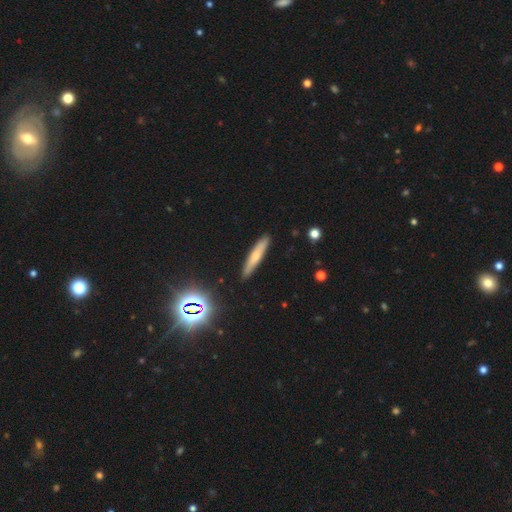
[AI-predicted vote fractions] A smooth galaxy with no disk features (61%) that is cigar-shaped (91%).

Vote fractions:
- Smooth or featured? smooth: 61% / featured or disk: 31% / star or artifact: 8%
- How rounded? cigar-shaped: 91% / in between: 7% / round: 2%
- Merging? none: 89% / minor disturbance: 8% / major disturbance: 2% / merger: 1%